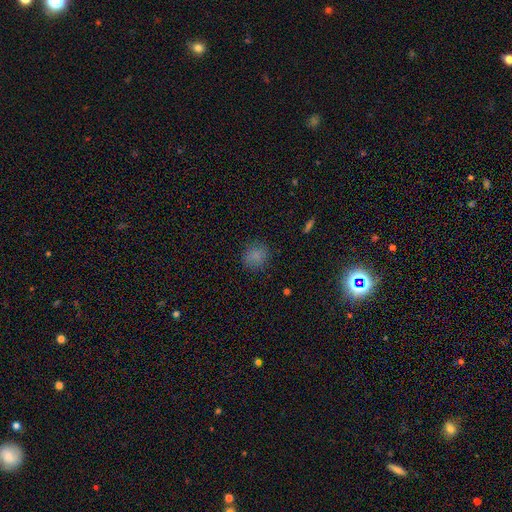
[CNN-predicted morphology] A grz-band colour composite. It shows a smooth galaxy with no disk features (82%) that is round (82%). Merging: none (83%).